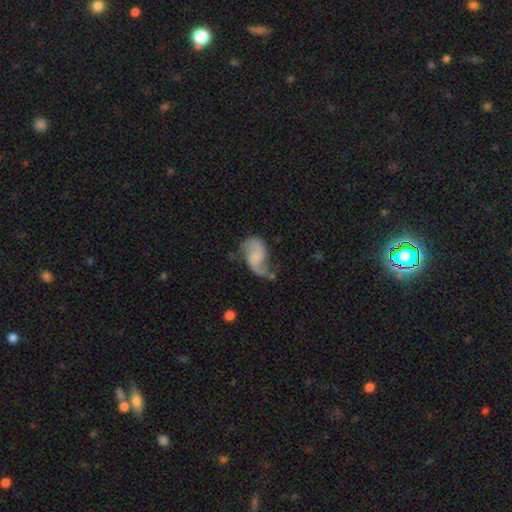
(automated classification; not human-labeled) A featured or disk galaxy (79%) with no bar (55%), 2 (90%) loose (63%) spiral arms (95%) and no central bulge (56%).

Vote fractions:
- Smooth or featured? featured or disk: 79% / smooth: 15% / star or artifact: 6%
- Edge-on disk? no: 98% / yes: 2%
- Bar? no: 55% / weak: 37% / strong: 8%
- Spiral arms? yes: 95% / no: 5%
- Spiral winding? loose: 63% / medium: 30% / tight: 7%
- Spiral arm count? 2: 90% / 1: 5% / can't tell: 3% / 3: 1% / 4: 1% / more than 4: 1%
- Bulge size? none: 56% / small: 27% / moderate: 12% / large: 4% / dominant: 1%
- Merging? none: 57% / minor disturbance: 24% / major disturbance: 14% / merger: 5%